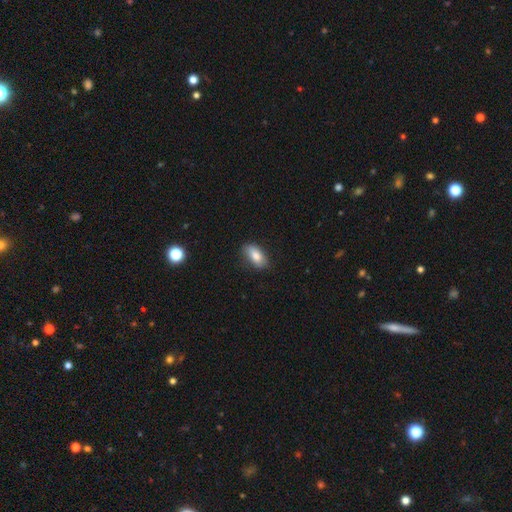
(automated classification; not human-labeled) This appears to be a smooth galaxy with no disk features (81%) that is in between round and cigar-shaped (88%). Merging: none (77%).